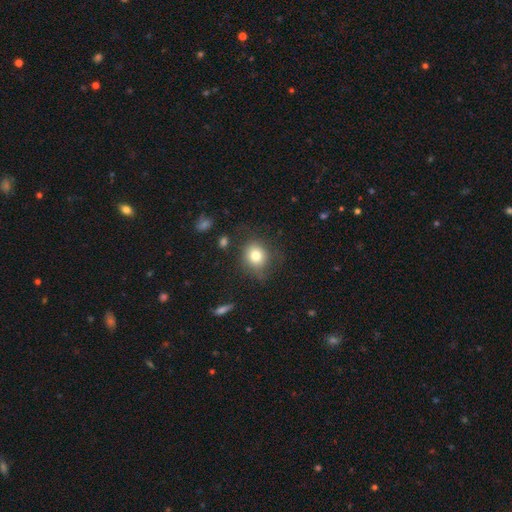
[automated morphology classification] This appears to be a smooth galaxy with no disk features (78%) that is round (71%). Merging: none (70%).